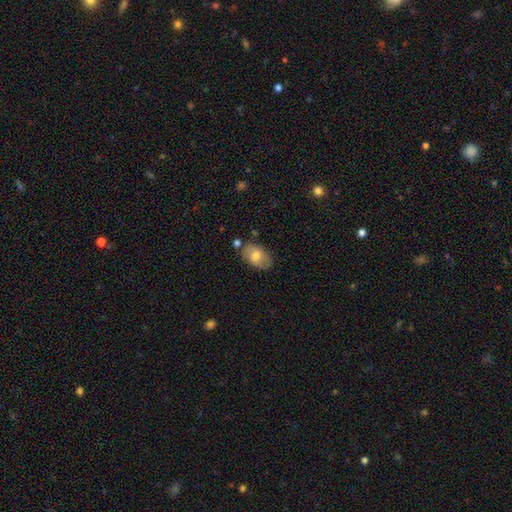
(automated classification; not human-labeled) Morphology: type=smooth (66%); roundness=in between (89%); merging=none (72%).